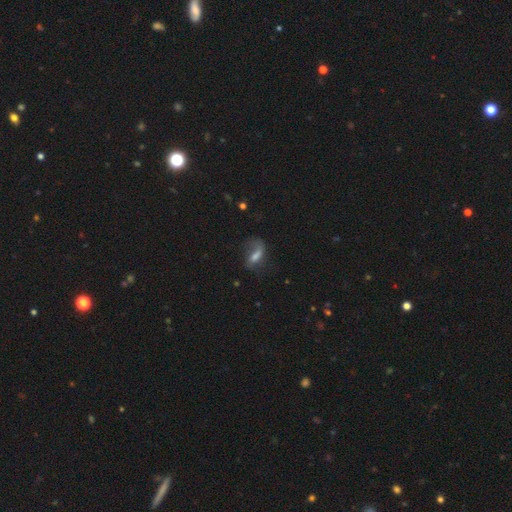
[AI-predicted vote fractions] Q: Smooth or featured?
A: featured or disk (45%); runner-up: smooth (43%)
Q: Merging?
A: none (39%); runner-up: major disturbance (34%)